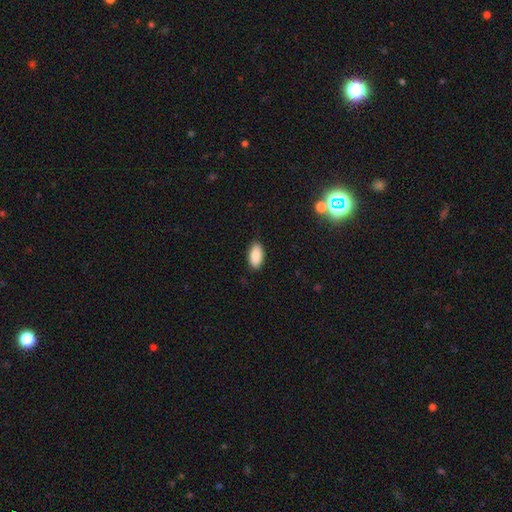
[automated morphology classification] Overall: smooth (88%). How rounded: in between (93%). Merging: none (87%).